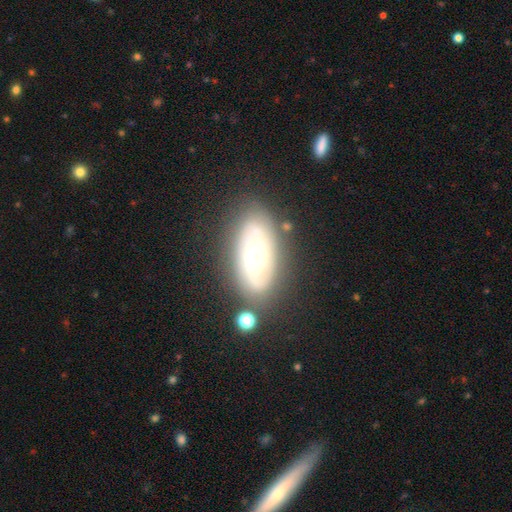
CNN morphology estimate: Q: Smooth or featured?
A: featured or disk (75%); runner-up: smooth (19%)
Q: Edge-on disk?
A: no (92%); runner-up: yes (8%)
Q: Bar?
A: no (60%); runner-up: weak (28%)
Q: Spiral arms?
A: yes (70%); runner-up: no (30%)
Q: Bulge size?
A: moderate (59%); runner-up: large (31%)
Q: Merging?
A: none (77%); runner-up: minor disturbance (13%)